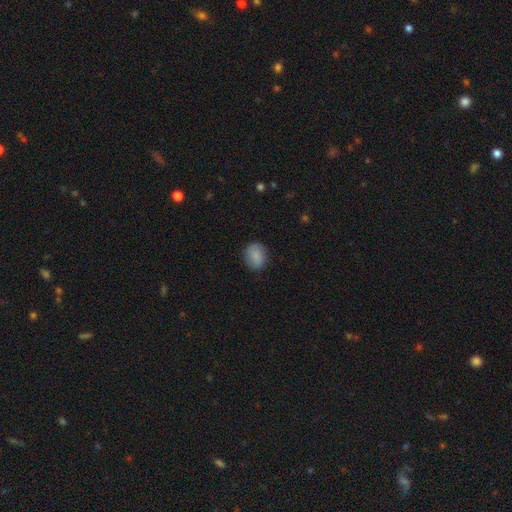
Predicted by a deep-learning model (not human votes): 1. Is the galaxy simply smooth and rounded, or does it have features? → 84% smooth, 9% featured or disk, 7% star or artifact.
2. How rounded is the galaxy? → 57% round, 42% in between, 1% cigar-shaped.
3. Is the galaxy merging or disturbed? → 85% none, 11% minor disturbance, 3% major disturbance, 1% merger.